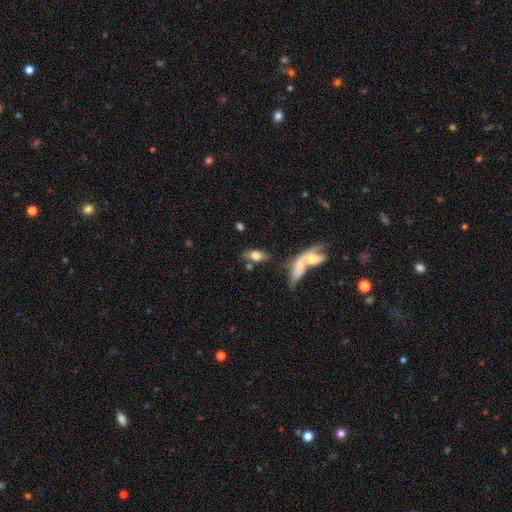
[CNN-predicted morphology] Smooth or featured? Predicted: smooth (p=0.72). How rounded? Predicted: in between (p=0.86). Merging? Predicted: none (p=0.54).